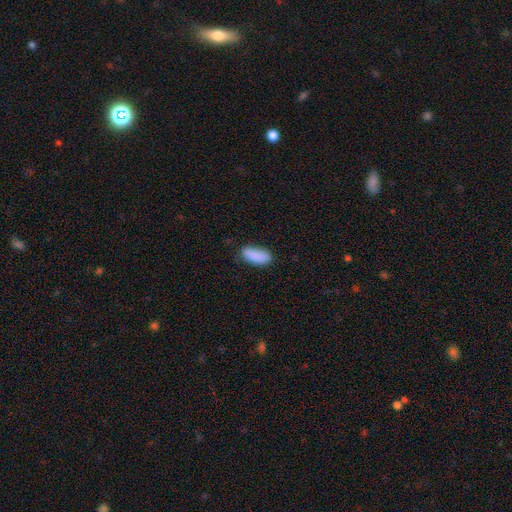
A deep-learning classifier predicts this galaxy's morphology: The model was most divided on "merging": none: 73%, minor disturbance: 21%, major disturbance: 4%, merger: 2%. More confident: smooth or featured — smooth (88%); how rounded — in between (86%).